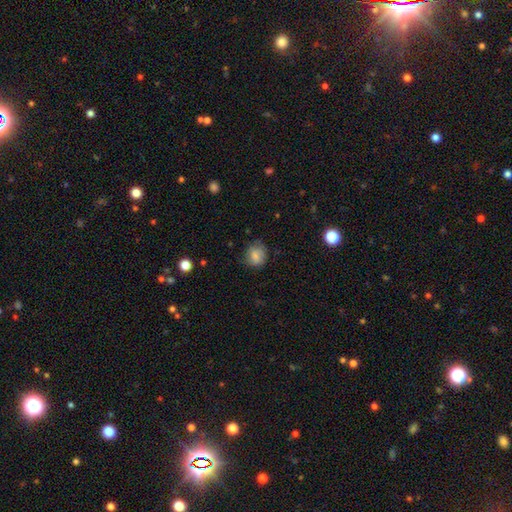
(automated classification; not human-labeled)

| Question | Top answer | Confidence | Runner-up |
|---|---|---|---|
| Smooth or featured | smooth | 80% | featured or disk (11%) |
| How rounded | round | 65% | in between (34%) |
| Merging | none | 69% | minor disturbance (23%) |